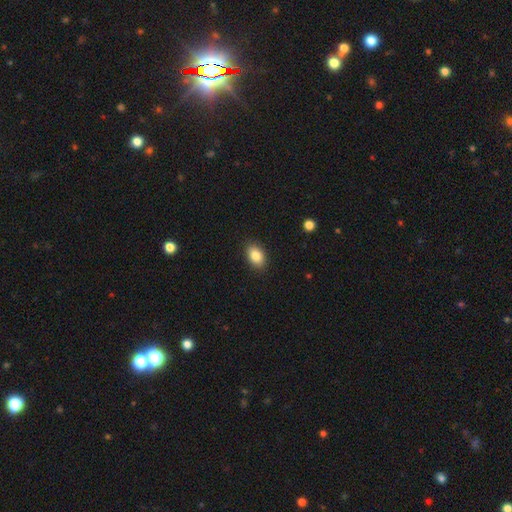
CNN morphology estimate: Smooth or featured? Predicted: smooth (p=0.86). How rounded? Predicted: in between (p=0.87). Merging? Predicted: none (p=0.88).